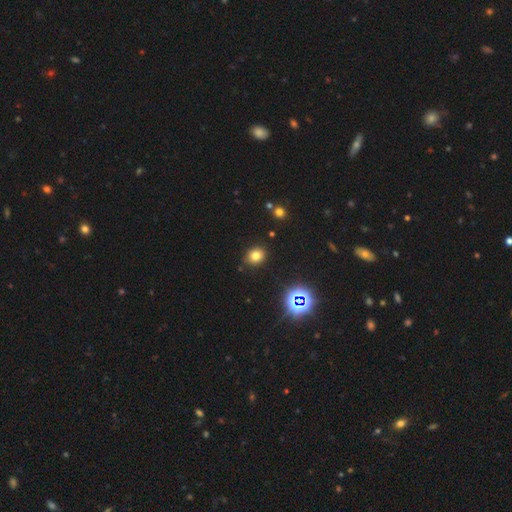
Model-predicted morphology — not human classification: The model was most divided on "how rounded": round: 63%, in between: 36%, cigar-shaped: 1%. More confident: merging — none (86%); smooth or featured — smooth (74%).